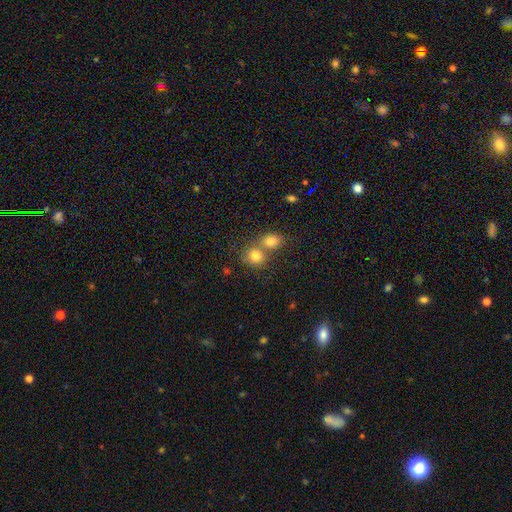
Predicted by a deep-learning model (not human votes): Overall: smooth (79%). How rounded: round (74%). Merging: merger (51%; none 38%).